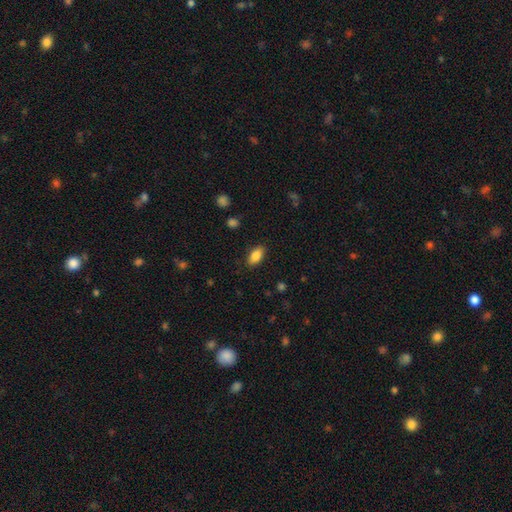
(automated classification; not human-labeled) smooth 86%, star or artifact 8%, featured or disk 6%. Down the decision tree: how rounded — in between (91%); merging — none (86%).